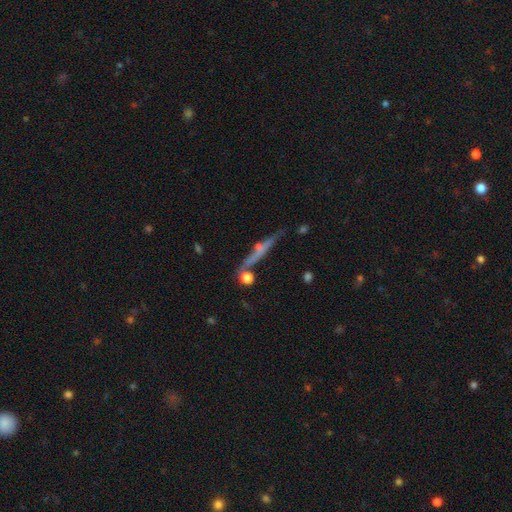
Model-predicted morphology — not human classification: smooth-or-featured: featured or disk: 69% | smooth: 18% | star or artifact: 13%
  disk-edge-on: yes: 92% | no: 8%
    edge-on-bulge: rounded: 75% | none: 16% | boxy: 9%
  merging: none: 72% | minor disturbance: 13% | merger: 10% | major disturbance: 6%